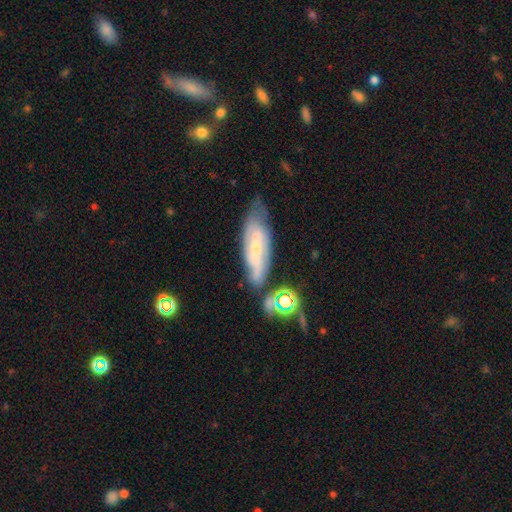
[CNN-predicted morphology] Smooth or featured? featured or disk (67%)
Edge-on disk? no (76%)
Bar? no (47%)
Spiral arms? yes (78%)
Bulge size? small (69%)
Merging? none (63%)